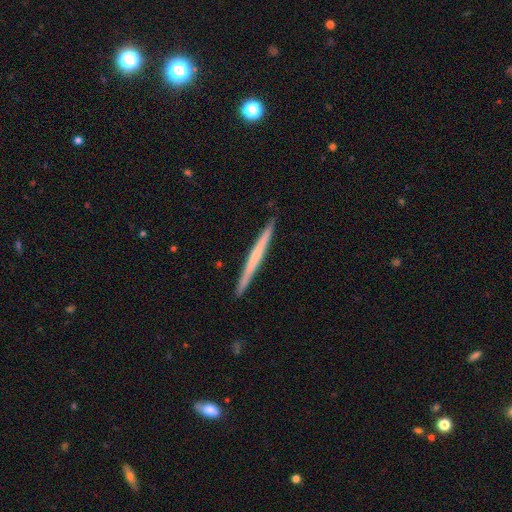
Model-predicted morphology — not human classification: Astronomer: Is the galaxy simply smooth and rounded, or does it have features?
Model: featured or disk — 50% (runner-up: smooth, 45%).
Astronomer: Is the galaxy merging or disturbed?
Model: none — 92%.